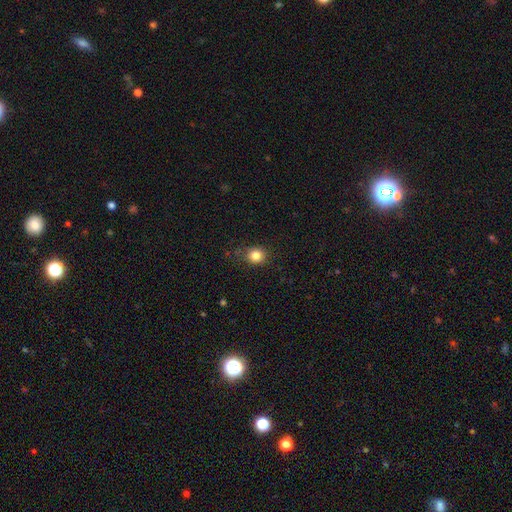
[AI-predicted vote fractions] smooth 83%, star or artifact 12%, featured or disk 6%. Down the decision tree: how rounded — round (75%); merging — none (82%).